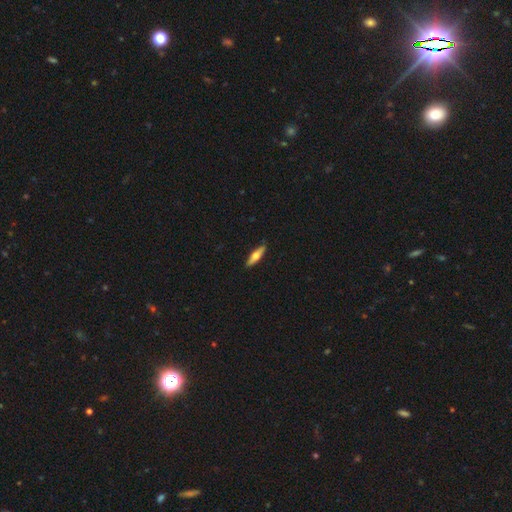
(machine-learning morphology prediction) The model was most divided on "smooth or featured": smooth: 48%, featured or disk: 47%, star or artifact: 5%. More confident: merging — none (89%).